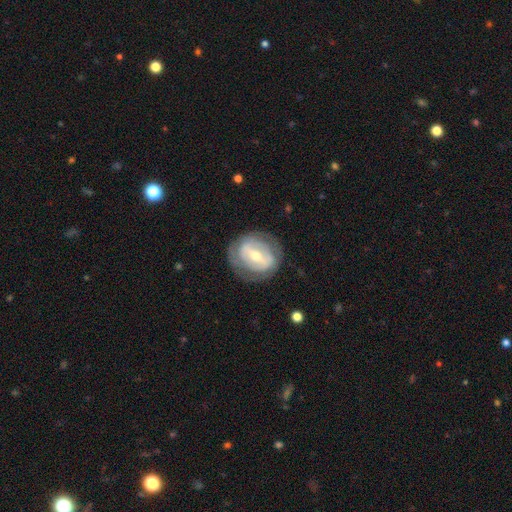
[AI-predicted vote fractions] Smooth or featured? Predicted: featured or disk (p=0.71). Edge-on disk? Predicted: no (p=0.95). Bar? Predicted: strong (p=0.48). Spiral arms? Predicted: yes (p=0.52). Bulge size? Predicted: moderate (p=0.55). Merging? Predicted: none (p=0.75).